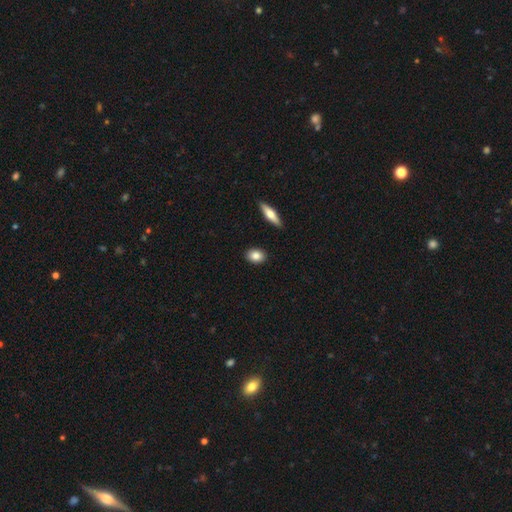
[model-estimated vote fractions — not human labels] Overall: smooth (84%). How rounded: in between (74%). Merging: none (90%).